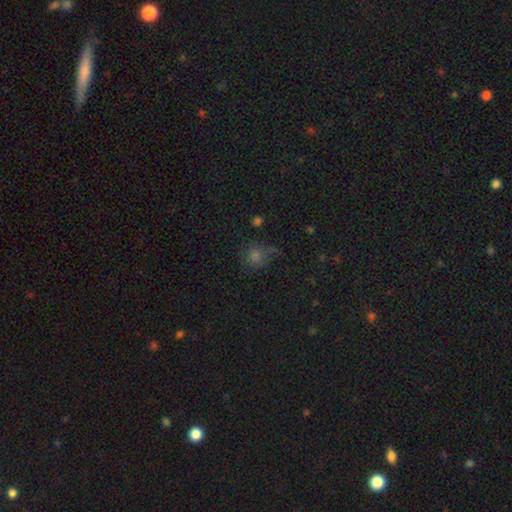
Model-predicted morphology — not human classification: Q: Smooth or featured?
A: smooth (64%); runner-up: star or artifact (27%)
Q: How rounded?
A: round (85%); runner-up: in between (14%)
Q: Merging?
A: none (63%); runner-up: minor disturbance (22%)